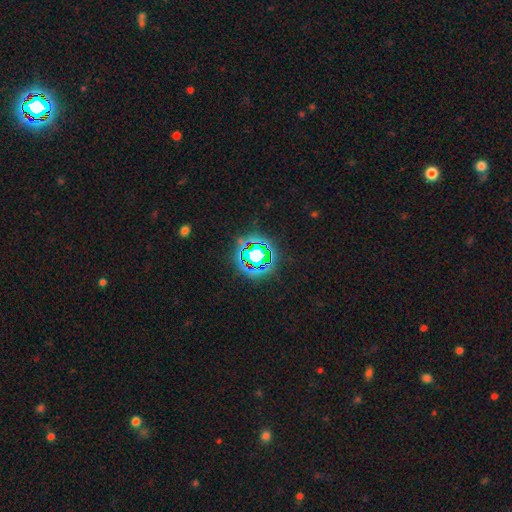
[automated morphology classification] Q: Smooth or featured?
A: star or artifact (65%); runner-up: smooth (21%)